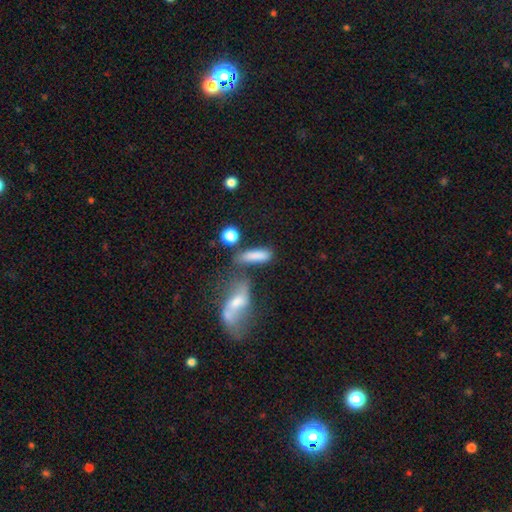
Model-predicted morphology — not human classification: Smooth or featured? smooth (78%)
How rounded? cigar-shaped (56%)
Merging? none (53%)